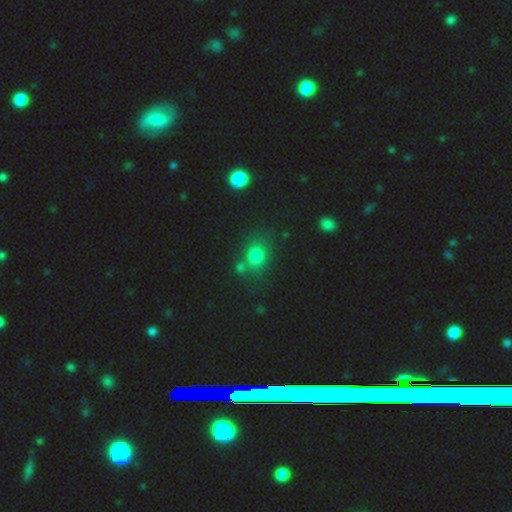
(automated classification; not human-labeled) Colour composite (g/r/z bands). It shows a smooth galaxy with no disk features (75%) that is round (61%). Merging: none (67%).